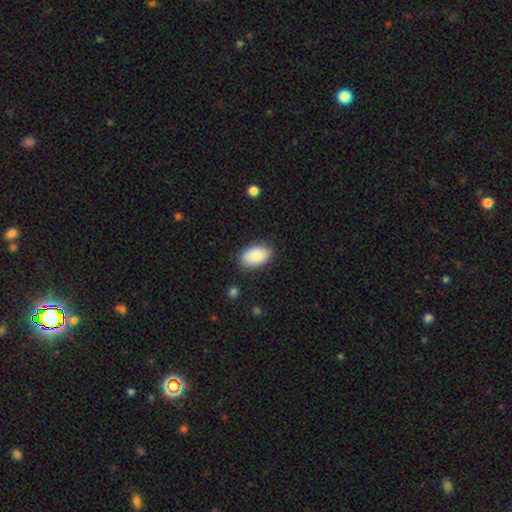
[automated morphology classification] smooth 87%, featured or disk 7%, star or artifact 6%. Down the decision tree: how rounded — in between (92%); merging — none (83%).